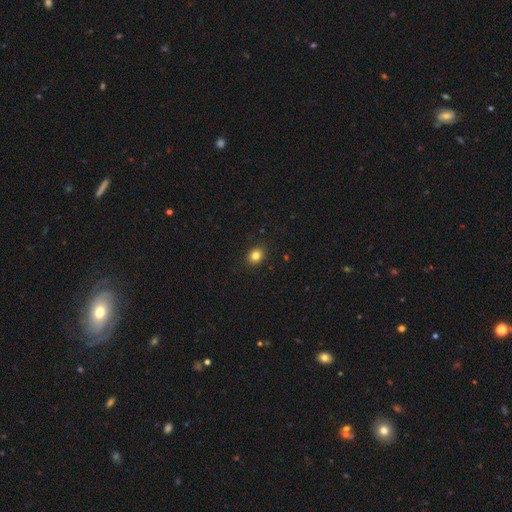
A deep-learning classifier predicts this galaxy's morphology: Overall: smooth (82%). How rounded: round (62%; in between 37%). Merging: none (91%).